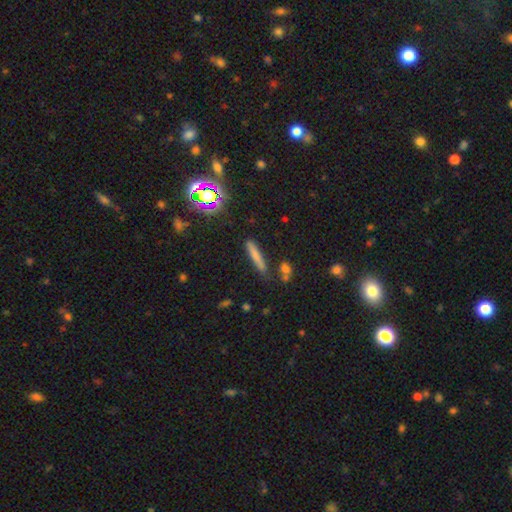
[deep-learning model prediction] Smooth or featured? Predicted: smooth (p=0.70). How rounded? Predicted: cigar-shaped (p=0.90). Merging? Predicted: none (p=0.80).